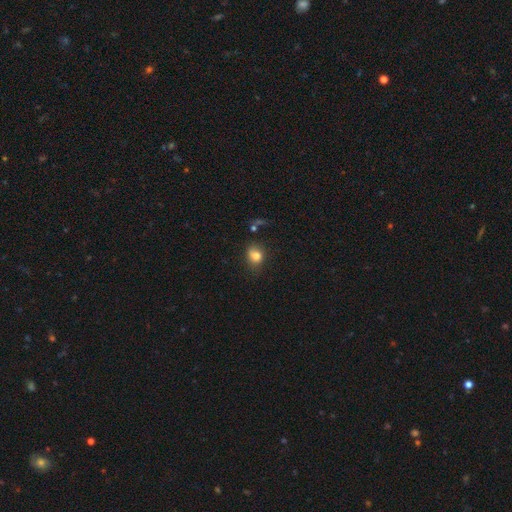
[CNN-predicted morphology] smooth-or-featured: smooth: 80% | star or artifact: 11% | featured or disk: 9%
  how-rounded: round: 52% | in between: 47% | cigar-shaped: 1%
  merging: none: 57% | minor disturbance: 26% | major disturbance: 10% | merger: 6%